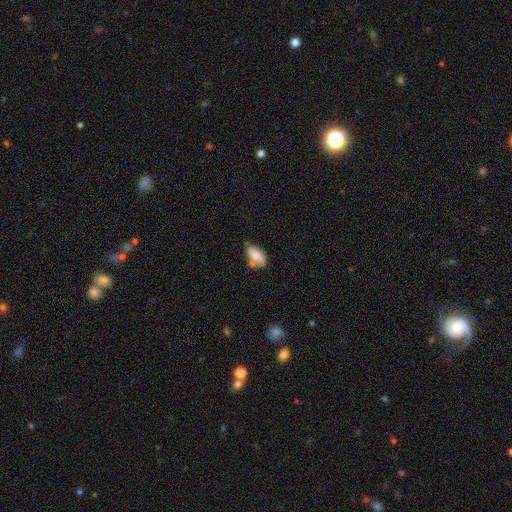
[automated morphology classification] Smooth or featured? Predicted: smooth (p=0.74). How rounded? Predicted: in between (p=0.91). Merging? Predicted: none (p=0.41).